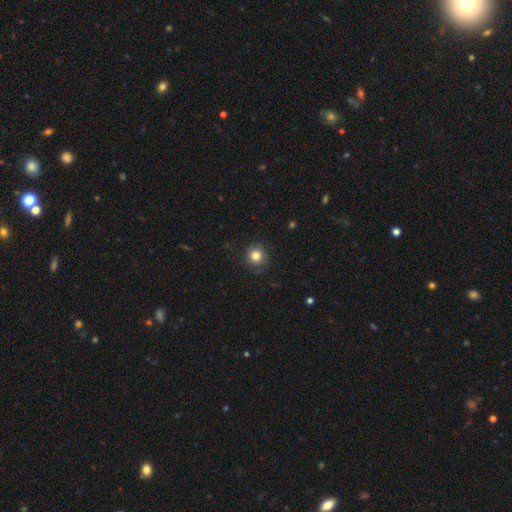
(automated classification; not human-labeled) Overall: smooth (82%). How rounded: round (91%). Merging: none (84%).